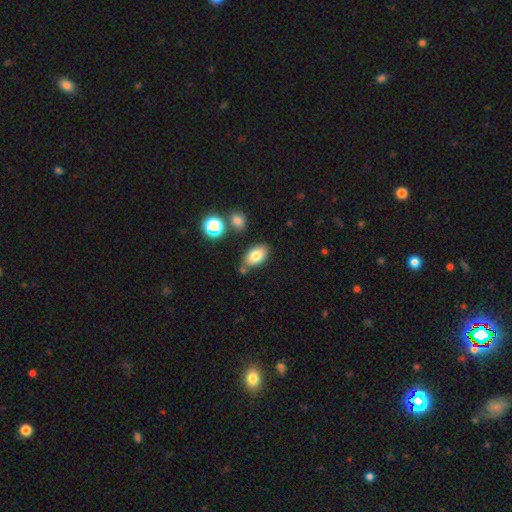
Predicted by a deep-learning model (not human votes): Overall: smooth (80%). How rounded: in between (91%). Merging: none (72%).